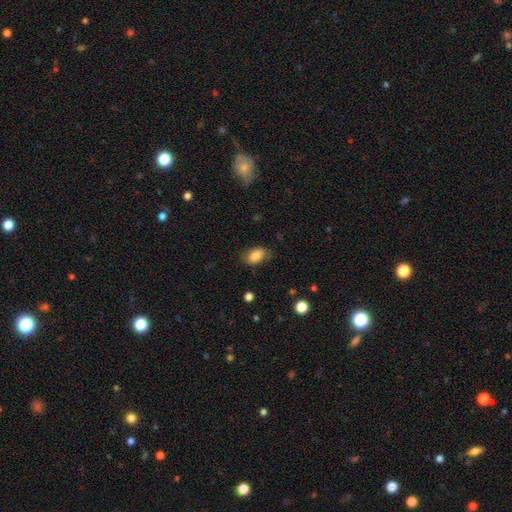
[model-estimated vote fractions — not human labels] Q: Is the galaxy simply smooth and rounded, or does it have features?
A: smooth — 80%.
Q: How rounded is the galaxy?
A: in between — 86%.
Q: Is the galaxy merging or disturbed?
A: none — 70%.